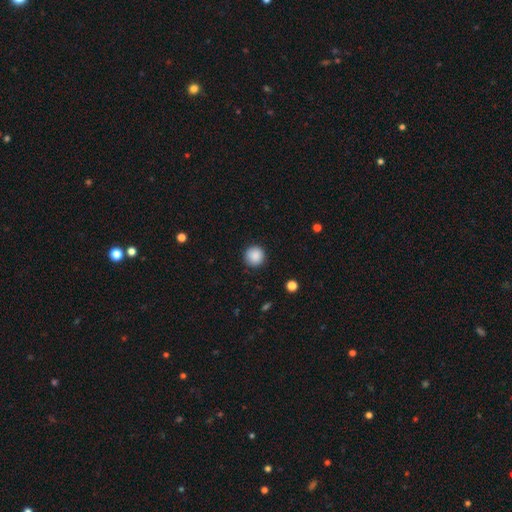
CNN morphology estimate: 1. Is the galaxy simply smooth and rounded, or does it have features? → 88% smooth, 9% star or artifact, 3% featured or disk.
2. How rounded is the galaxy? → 95% round, 4% in between, 1% cigar-shaped.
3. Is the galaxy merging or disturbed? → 90% none, 7% minor disturbance, 2% major disturbance, 1% merger.